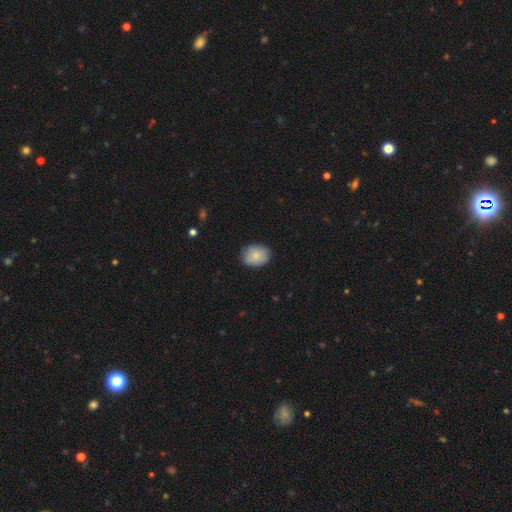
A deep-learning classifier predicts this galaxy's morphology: type=smooth (81%); roundness=in between (53%); merging=none (80%).